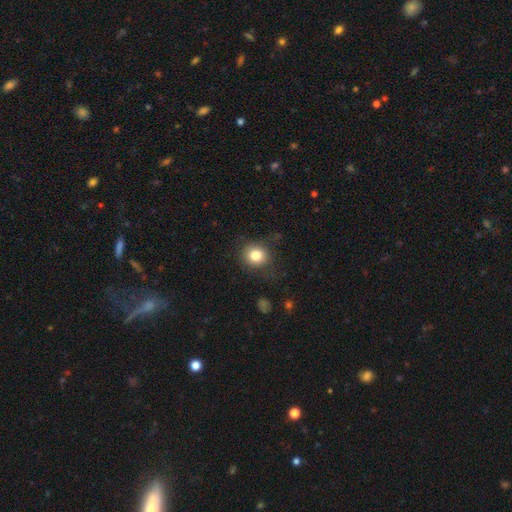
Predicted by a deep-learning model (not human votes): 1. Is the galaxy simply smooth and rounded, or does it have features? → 82% smooth, 11% star or artifact, 8% featured or disk.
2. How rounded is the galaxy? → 82% round, 17% in between, 1% cigar-shaped.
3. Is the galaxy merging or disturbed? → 79% none, 14% minor disturbance, 6% major disturbance, 1% merger.